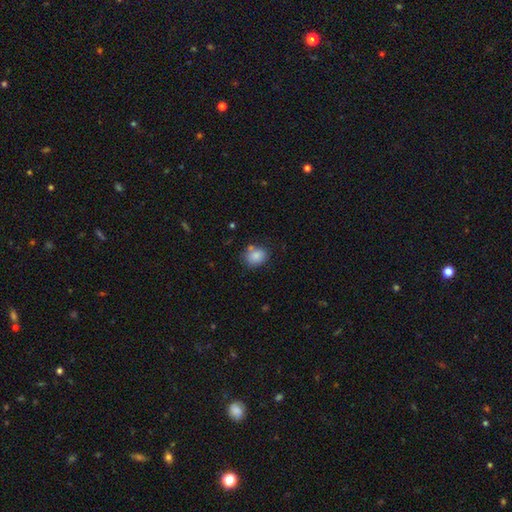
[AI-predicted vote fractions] Overall: smooth (85%). How rounded: round (51%; in between 48%). Merging: none (71%).